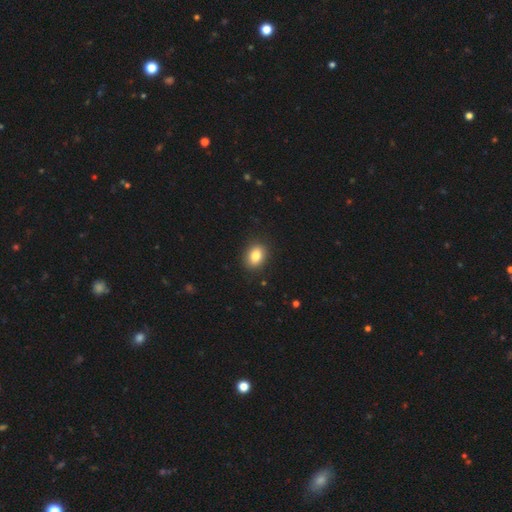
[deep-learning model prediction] smooth-or-featured: smooth: 84% | star or artifact: 9% | featured or disk: 7%
  how-rounded: in between: 69% | round: 30% | cigar-shaped: 1%
  merging: none: 89% | minor disturbance: 8% | major disturbance: 2% | merger: 1%